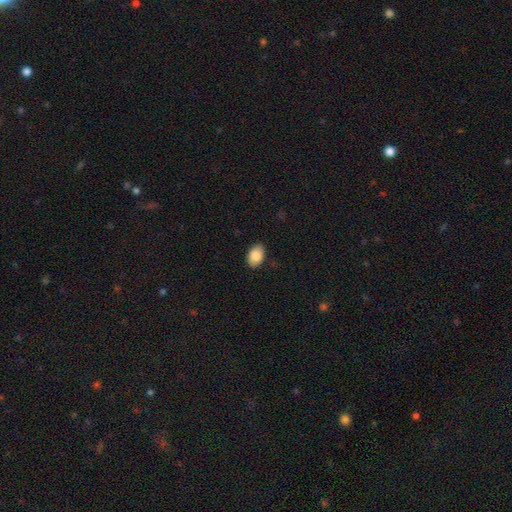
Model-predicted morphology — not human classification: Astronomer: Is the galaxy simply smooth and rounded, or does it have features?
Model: smooth — 88%.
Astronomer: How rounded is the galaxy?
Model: in between — 89%.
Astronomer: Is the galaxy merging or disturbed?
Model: none — 86%.